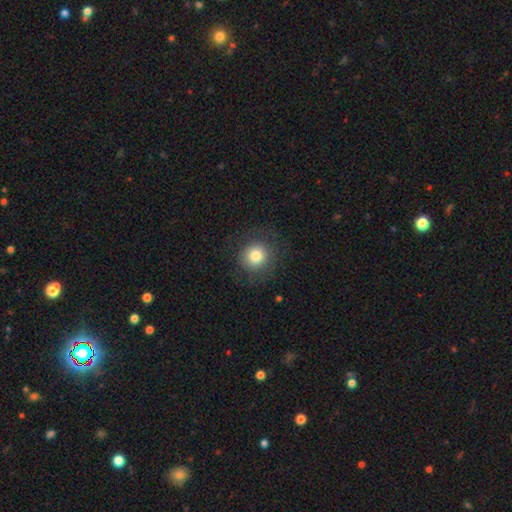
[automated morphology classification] Smooth or featured? Predicted: smooth (p=0.79). How rounded? Predicted: round (p=0.91). Merging? Predicted: none (p=0.83).